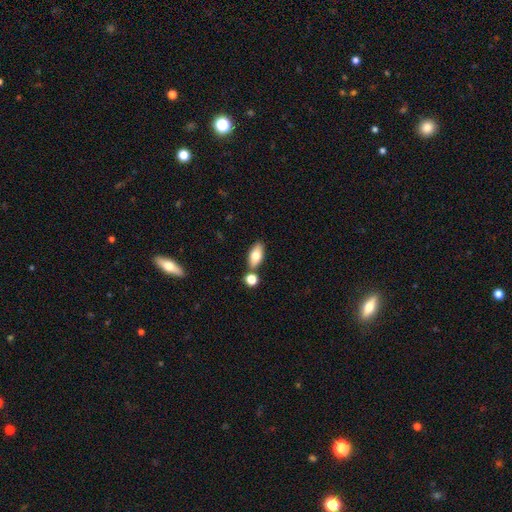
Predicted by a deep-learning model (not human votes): Smooth or featured? smooth (76%)
How rounded? in between (87%)
Merging? none (71%)